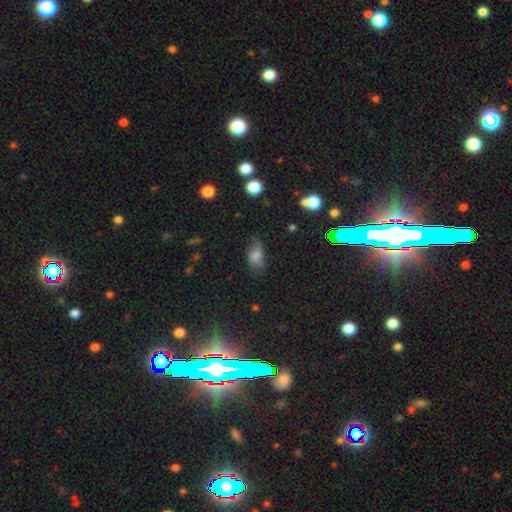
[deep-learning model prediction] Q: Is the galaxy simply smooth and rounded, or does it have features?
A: smooth — 62%.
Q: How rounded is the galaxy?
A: in between — 88%.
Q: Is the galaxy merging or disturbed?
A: none — 53%.